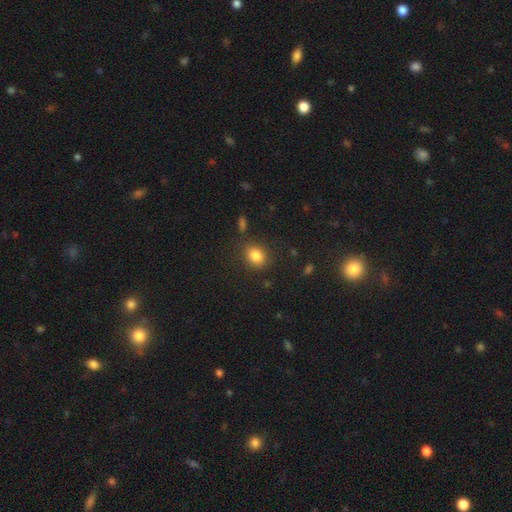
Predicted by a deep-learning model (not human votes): This appears to be a smooth galaxy with no disk features (84%) that is in between round and cigar-shaped (51%). Merging: none (81%).